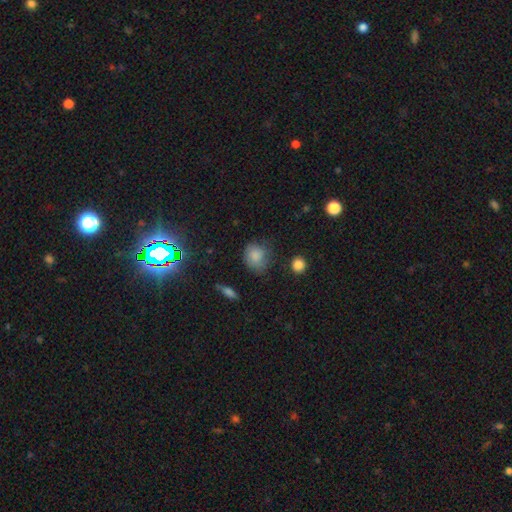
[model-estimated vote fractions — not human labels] Overall: smooth (80%). How rounded: round (68%; in between 31%). Merging: none (61%; minor disturbance 28%).